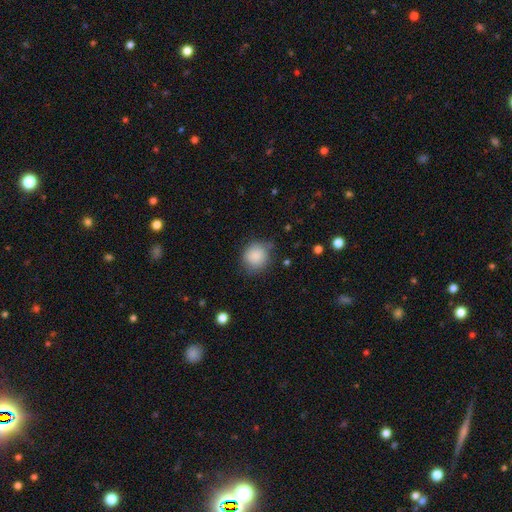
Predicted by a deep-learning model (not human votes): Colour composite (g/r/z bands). It shows a smooth galaxy with no disk features (87%) that is round (84%). Merging: none (73%).